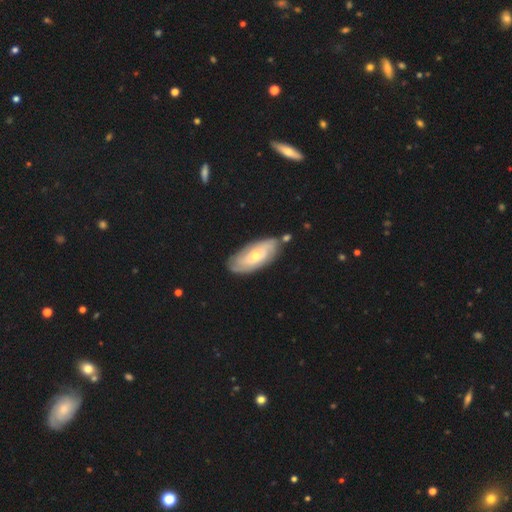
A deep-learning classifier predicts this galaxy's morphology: Smooth or featured: featured or disk — 69% (smooth — 26%)
Edge-on disk: no — 90% (yes — 10%)
Bar: no — 71% (weak — 24%)
Spiral arms: yes — 82% (no — 18%)
Spiral winding: tight — 66% (medium — 25%)
Spiral arm count: can't tell — 52% (2 — 24%)
Bulge size: small — 48% (tied with moderate — 48%)
Merging: none — 75% (minor disturbance — 17%)